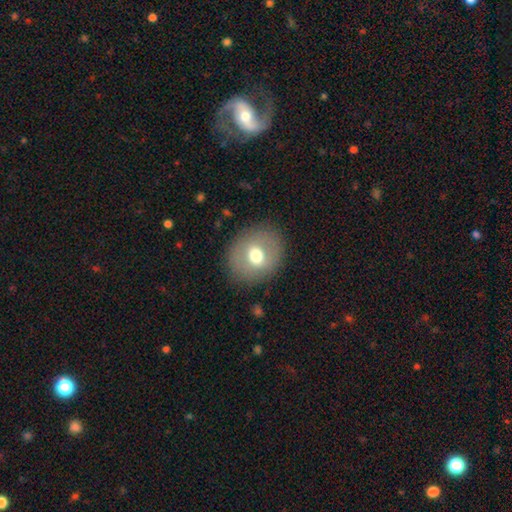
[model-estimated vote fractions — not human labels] Overall: smooth (64%; featured or disk 28%). How rounded: round (70%). Merging: none (86%).